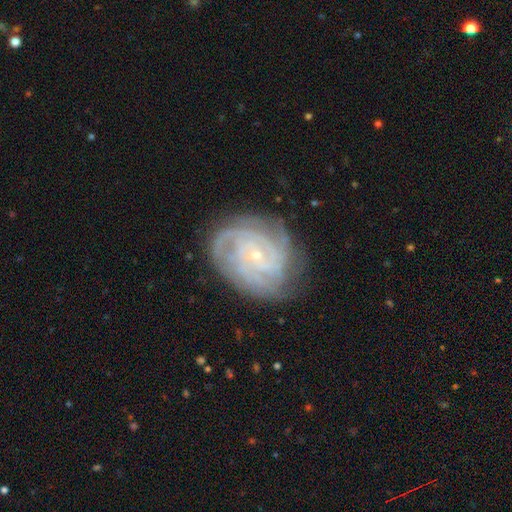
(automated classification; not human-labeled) featured or disk 85%, smooth 8%, star or artifact 6%. Down the decision tree: edge-on disk — no (97%); bar — no (70%); spiral arms — yes (96%); spiral arm count — can't tell (26%); spiral winding — tight (74%); bulge size — small (88%); merging — none (76%).